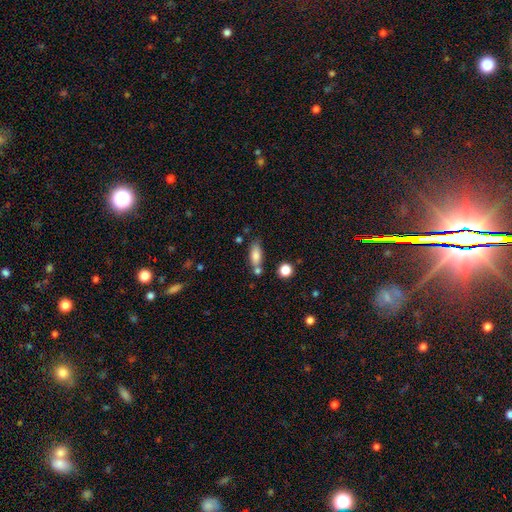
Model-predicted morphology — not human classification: A smooth galaxy with no disk features (80%) that is in between round and cigar-shaped (75%). Merging: none (62%).